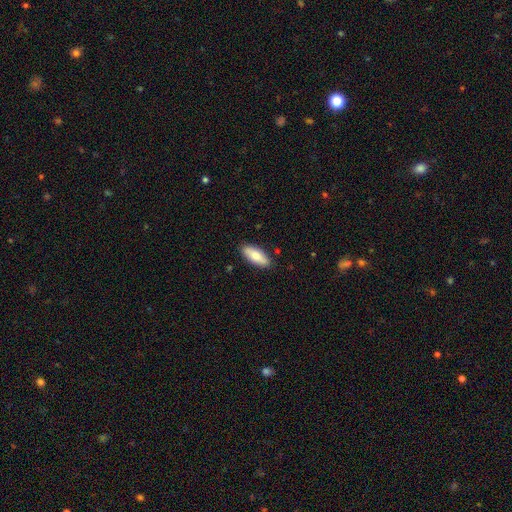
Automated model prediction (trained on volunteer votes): smooth-or-featured: smooth: 80% | featured or disk: 14% | star or artifact: 6%
  how-rounded: in between: 75% | cigar-shaped: 23% | round: 2%
  merging: none: 87% | minor disturbance: 10% | major disturbance: 2% | merger: 1%